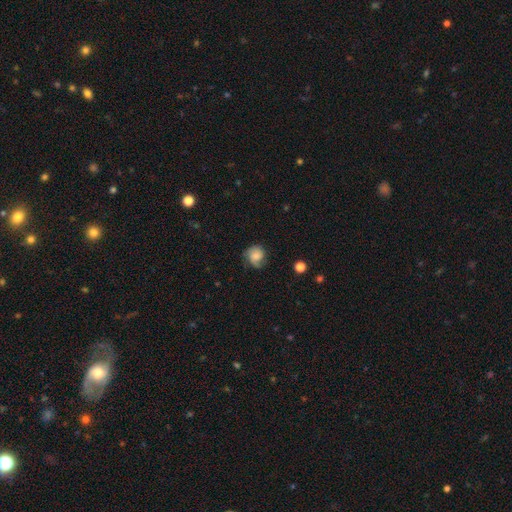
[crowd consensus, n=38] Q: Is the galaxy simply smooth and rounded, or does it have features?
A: smooth — 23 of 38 (61%).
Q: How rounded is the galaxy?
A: round — 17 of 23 (74%).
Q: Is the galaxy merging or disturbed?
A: none — 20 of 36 (56%).